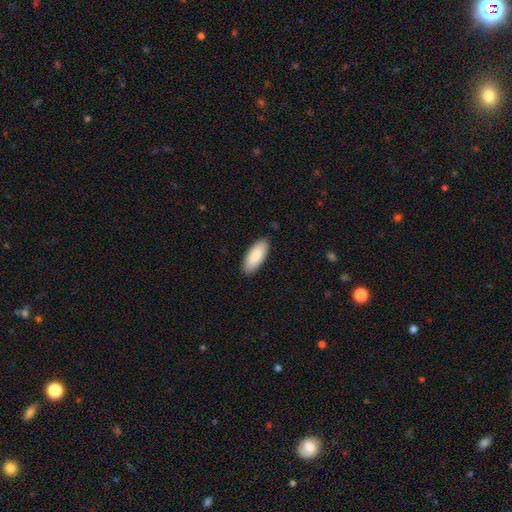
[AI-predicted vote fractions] A smooth galaxy with no disk features (86%) that is in between round and cigar-shaped (84%).

Vote fractions:
- Smooth or featured? smooth: 86% / featured or disk: 8% / star or artifact: 5%
- How rounded? in between: 84% / cigar-shaped: 15% / round: 2%
- Merging? none: 89% / minor disturbance: 9% / major disturbance: 2% / merger: 1%